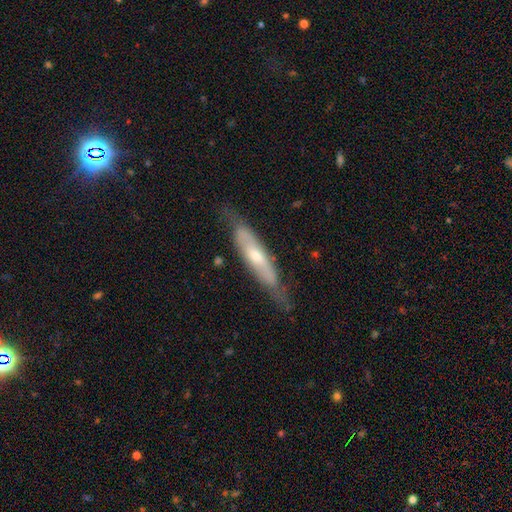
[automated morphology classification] type=featured or disk (59%); edge-on=yes (55%); merging=none (67%).